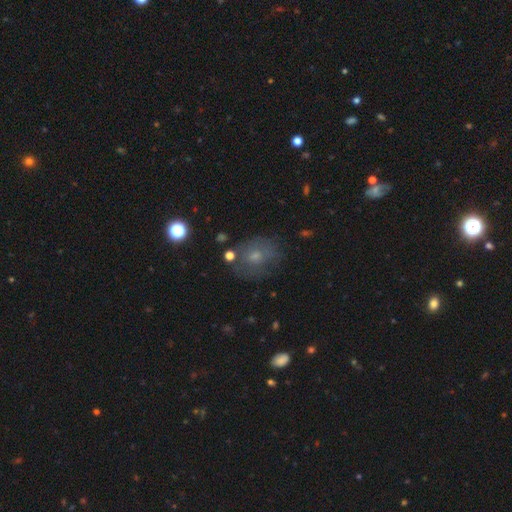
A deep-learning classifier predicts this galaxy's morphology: This is possibly a smooth galaxy (52%). How rounded: likely round (63%). Merging: likely none (65%).